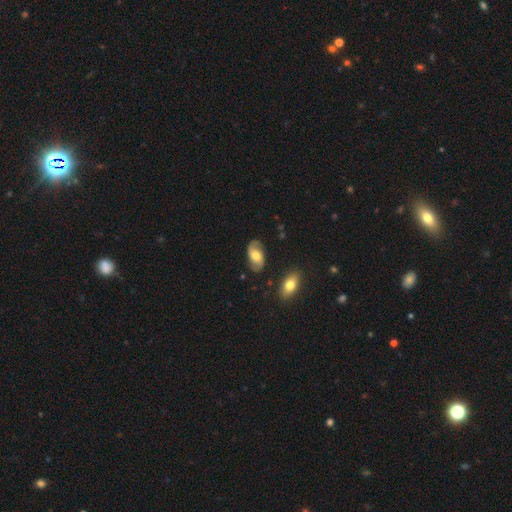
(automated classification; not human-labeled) Smooth or featured? featured or disk (62%)
Edge-on disk? no (95%)
Bar? no (55%)
Spiral arms? yes (89%)
Spiral winding? medium (44%)
Spiral arm count? 2 (88%)
Bulge size? moderate (66%)
Merging? none (79%)